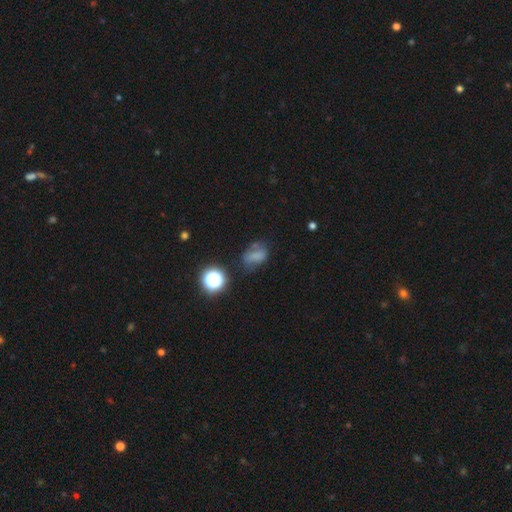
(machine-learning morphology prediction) The model was most divided on "merging": none: 46%, minor disturbance: 29%, major disturbance: 18%, merger: 7%. More confident: how rounded — in between (73%); smooth or featured — smooth (62%).